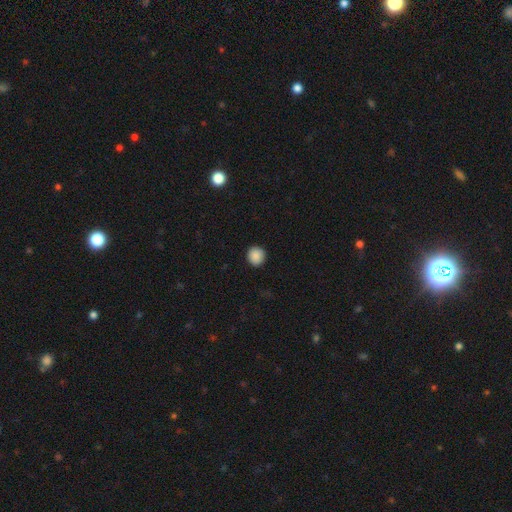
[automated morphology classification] Smooth or featured? Predicted: smooth (p=0.89). How rounded? Predicted: round (p=0.92). Merging? Predicted: none (p=0.93).